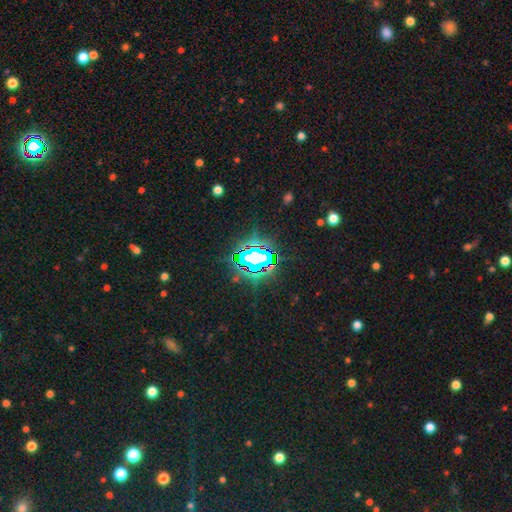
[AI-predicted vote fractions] Smooth or featured? star or artifact (77%)